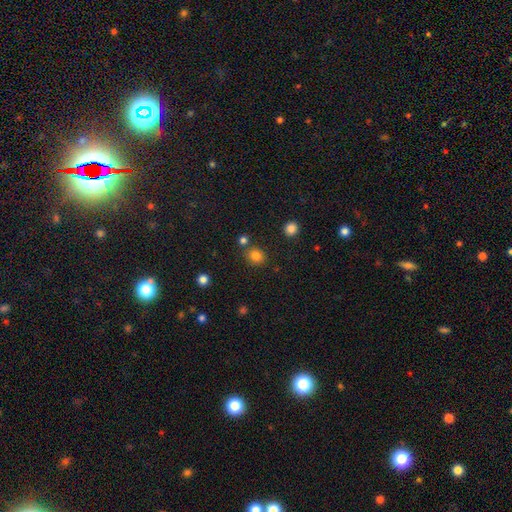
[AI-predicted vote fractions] Smooth or featured? smooth (81%)
How rounded? round (67%)
Merging? none (77%)